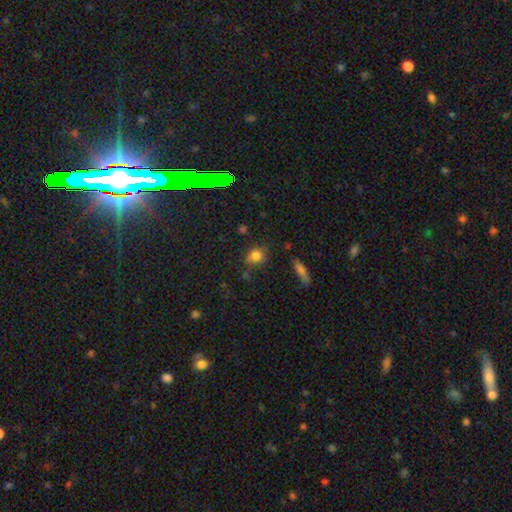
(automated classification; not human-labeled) smooth_or_featured: smooth (p=0.78) [alt: star or artifact p=0.15]
how_rounded: round (p=0.70) [alt: in between p=0.27]
merging: none (p=0.66) [alt: minor disturbance p=0.21]